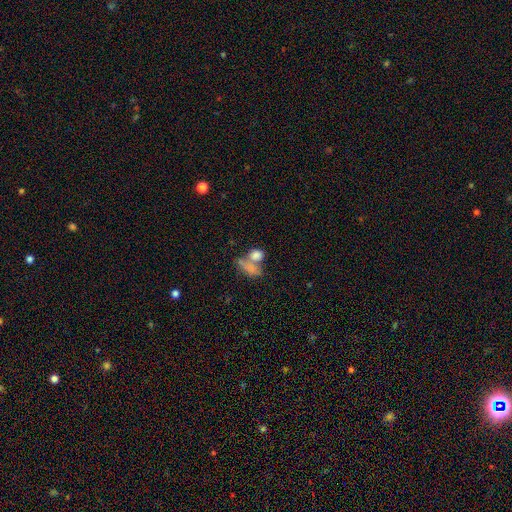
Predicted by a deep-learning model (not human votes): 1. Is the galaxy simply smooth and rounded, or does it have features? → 78% smooth, 12% featured or disk, 10% star or artifact.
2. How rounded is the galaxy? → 61% in between, 32% round, 7% cigar-shaped.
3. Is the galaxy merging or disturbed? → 50% merger, 31% none, 10% minor disturbance, 8% major disturbance.